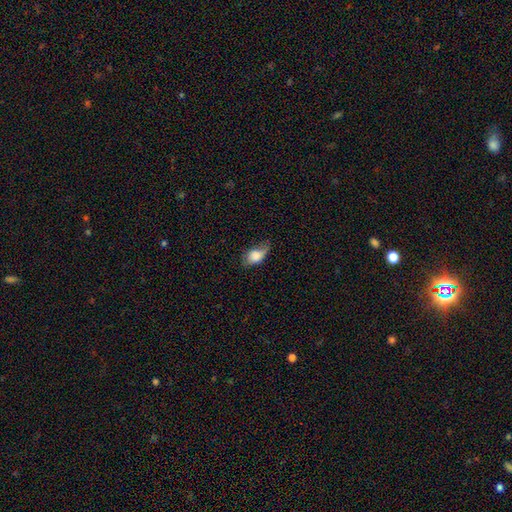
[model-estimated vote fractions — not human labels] Smooth or featured: smooth — 74% (featured or disk — 18%)
How rounded: in between — 85% (round — 12%)
Merging: minor disturbance — 39% (tied with none — 39%)